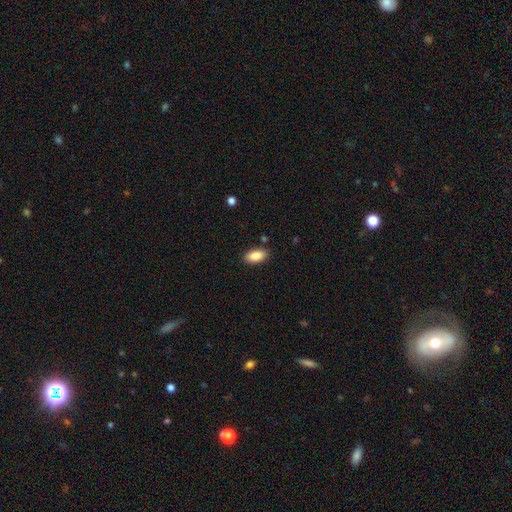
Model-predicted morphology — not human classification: smooth 87%, star or artifact 7%, featured or disk 6%. Down the decision tree: how rounded — in between (92%); merging — none (87%).